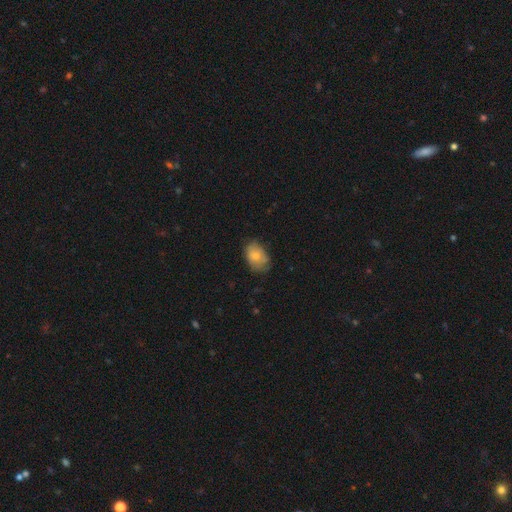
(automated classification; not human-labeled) smooth-or-featured: smooth: 73% | featured or disk: 20% | star or artifact: 7%
  how-rounded: in between: 79% | round: 19% | cigar-shaped: 1%
  merging: none: 61% | minor disturbance: 30% | major disturbance: 7% | merger: 1%